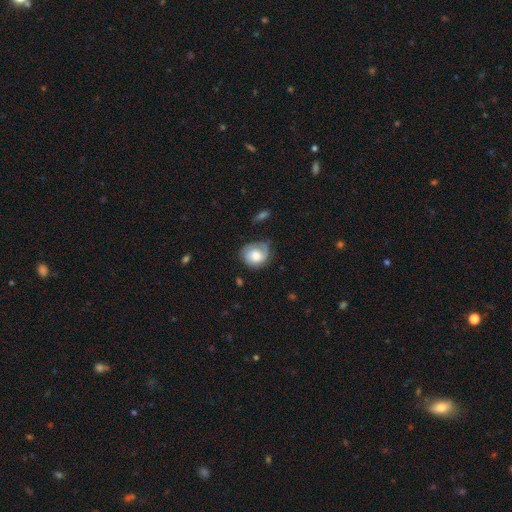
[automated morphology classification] smooth_or_featured: smooth (p=0.57) [alt: featured or disk p=0.36]
how_rounded: round (p=0.68) [alt: in between p=0.31]
merging: none (p=0.57) [alt: minor disturbance p=0.29]